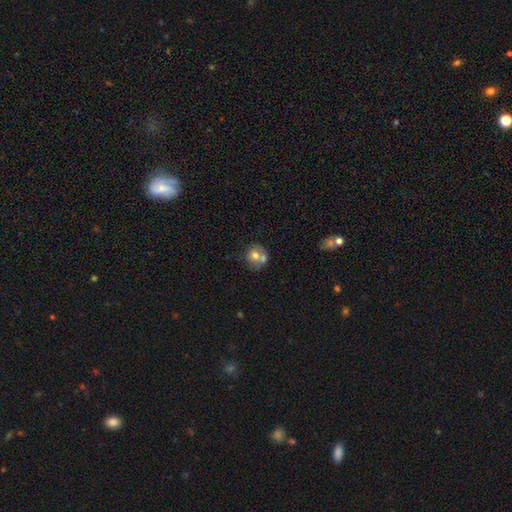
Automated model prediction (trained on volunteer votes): The model was most divided on "merging": merger: 46%, none: 38%, minor disturbance: 11%, major disturbance: 5%. More confident: how rounded — round (78%); smooth or featured — smooth (66%).